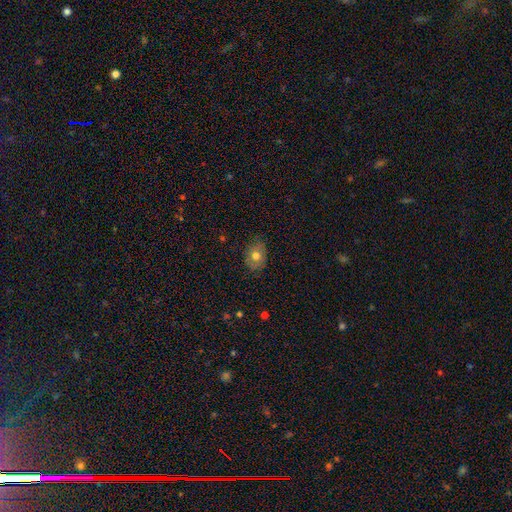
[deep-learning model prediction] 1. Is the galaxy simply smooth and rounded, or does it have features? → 73% smooth, 17% featured or disk, 10% star or artifact.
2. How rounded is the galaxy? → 57% in between, 42% round, 1% cigar-shaped.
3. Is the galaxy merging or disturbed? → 78% none, 17% minor disturbance, 4% major disturbance, 1% merger.